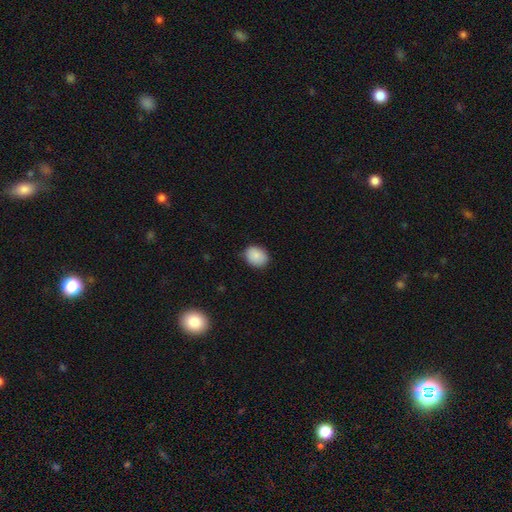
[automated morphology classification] Smooth or featured?
  - smooth: 87% *
  - star or artifact: 8%
  - featured or disk: 5%
How rounded?
  - in between: 55% *
  - round: 44%
  - cigar-shaped: 1%
Merging?
  - none: 81% *
  - minor disturbance: 15%
  - major disturbance: 3%
  - merger: 1%